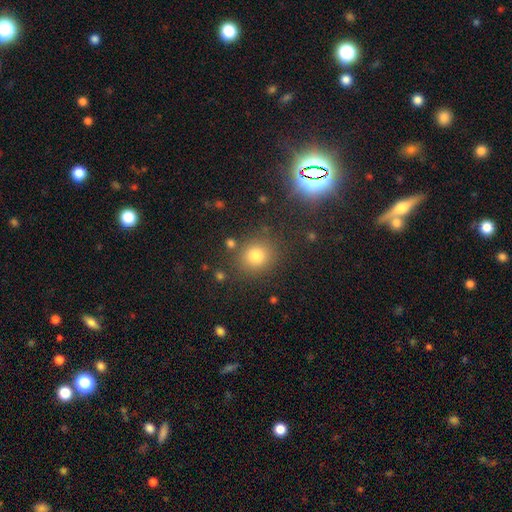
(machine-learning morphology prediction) type=smooth (77%); roundness=round (80%); merging=none (82%).